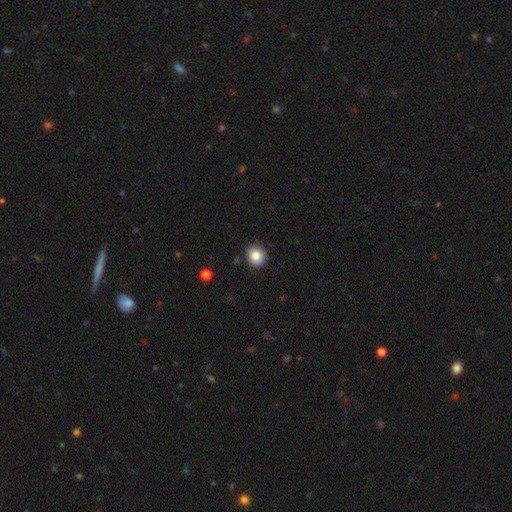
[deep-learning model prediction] Smooth or featured? smooth (86%)
How rounded? round (75%)
Merging? none (86%)